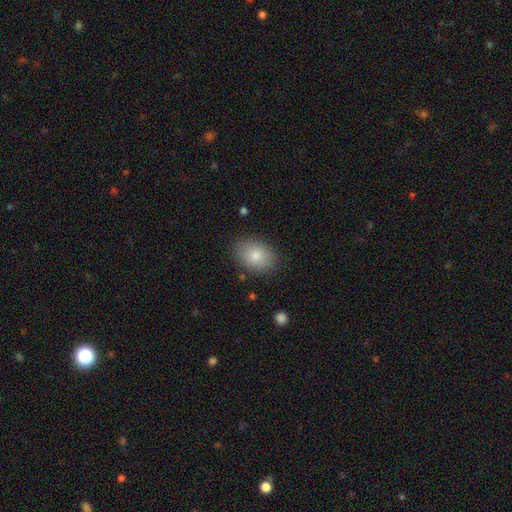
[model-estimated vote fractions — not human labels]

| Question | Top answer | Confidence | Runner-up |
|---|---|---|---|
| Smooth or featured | smooth | 82% | featured or disk (10%) |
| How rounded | in between | 75% | round (24%) |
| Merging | none | 84% | minor disturbance (11%) |